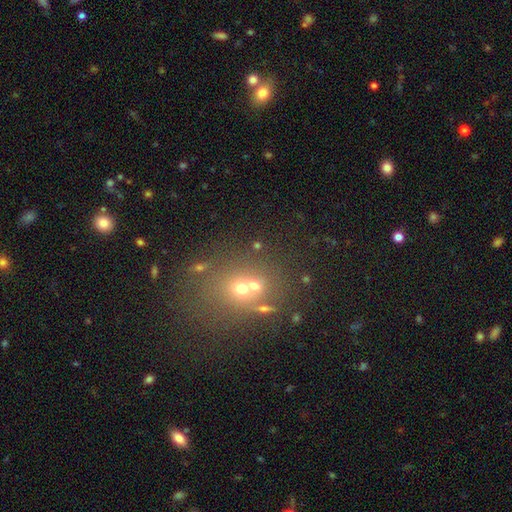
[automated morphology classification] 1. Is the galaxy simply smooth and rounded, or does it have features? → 48% smooth, 33% star or artifact, 19% featured or disk.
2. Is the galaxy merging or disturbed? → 51% none, 34% merger, 9% minor disturbance, 6% major disturbance.